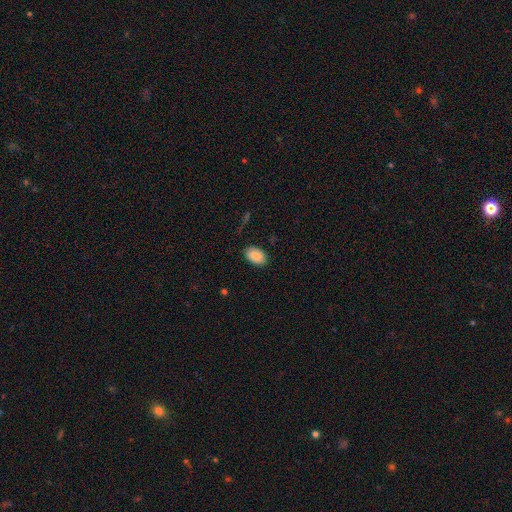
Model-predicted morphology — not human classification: This appears to be a smooth galaxy with no disk features (86%) that is in between round and cigar-shaped (88%). Merging: none (87%).